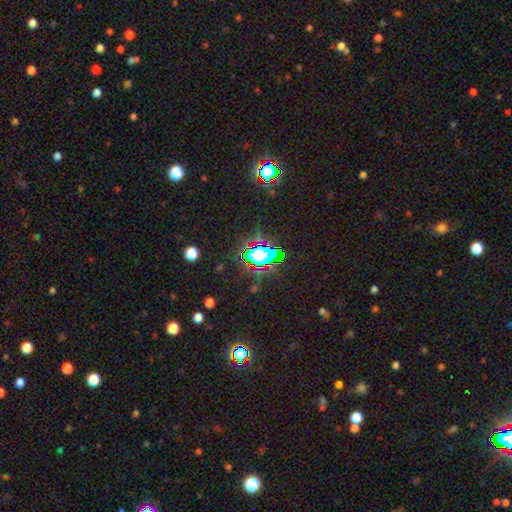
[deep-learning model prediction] Morphology: type=star or artifact (63%).